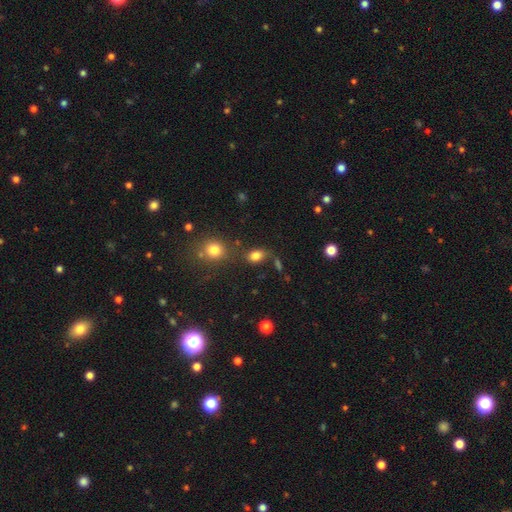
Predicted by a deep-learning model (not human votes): smooth-or-featured: smooth: 81% | star or artifact: 12% | featured or disk: 7%
  how-rounded: in between: 78% | round: 20% | cigar-shaped: 2%
  merging: none: 64% | minor disturbance: 17% | merger: 12% | major disturbance: 8%